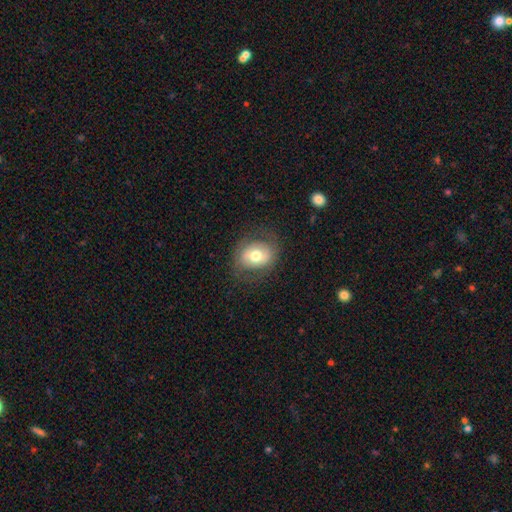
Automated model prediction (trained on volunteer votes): Q: Smooth or featured?
A: smooth (60%); runner-up: featured or disk (32%)
Q: How rounded?
A: in between (54%); runner-up: round (45%)
Q: Merging?
A: none (76%); runner-up: minor disturbance (15%)